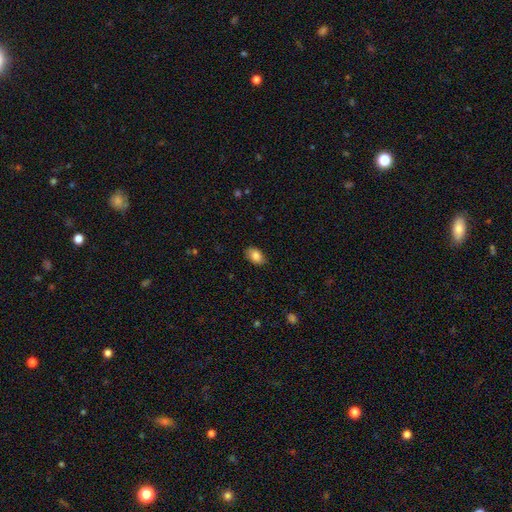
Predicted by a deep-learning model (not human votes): smooth 86%, star or artifact 8%, featured or disk 7%. Down the decision tree: how rounded — in between (89%); merging — none (86%).